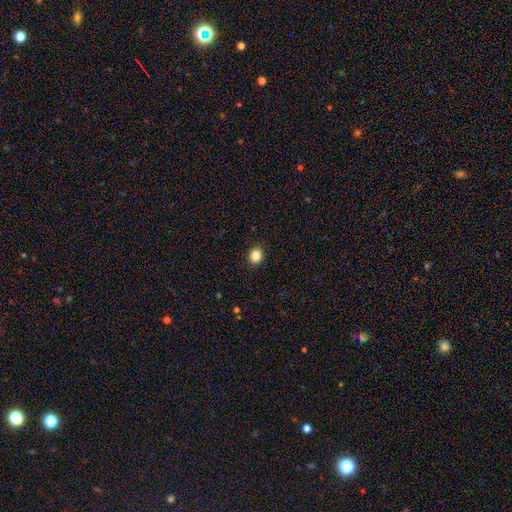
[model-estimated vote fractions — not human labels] This is clearly a smooth galaxy (85%). How rounded: clearly round (83%). Merging: clearly none (92%).